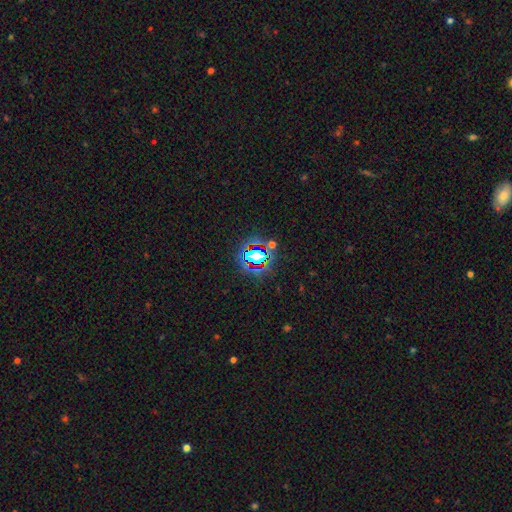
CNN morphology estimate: A star or artifact, not a galaxy (59%).